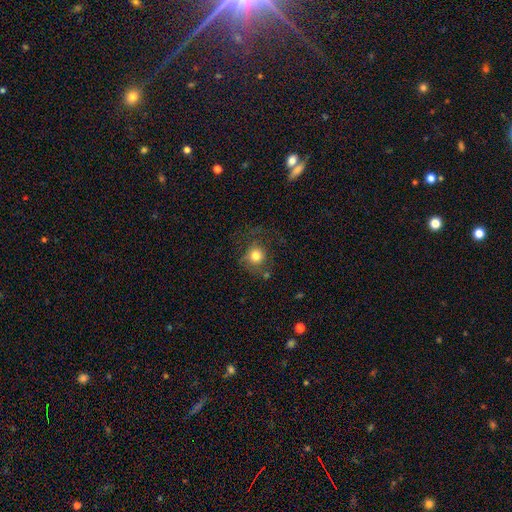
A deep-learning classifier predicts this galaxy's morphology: A smooth galaxy with no disk features (74%) that is round (87%). Merging: none (55%).